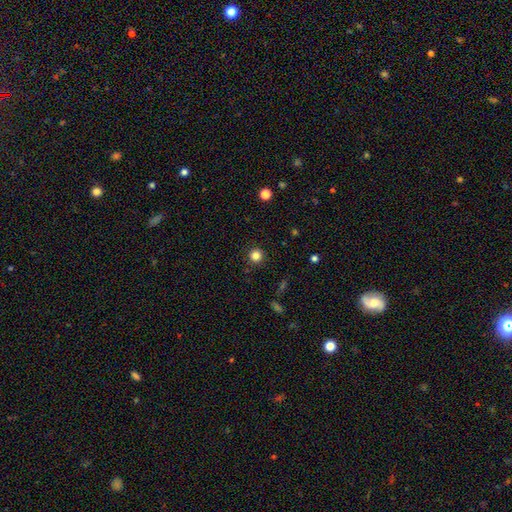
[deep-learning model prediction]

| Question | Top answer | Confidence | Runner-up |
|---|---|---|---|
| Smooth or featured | smooth | 83% | star or artifact (12%) |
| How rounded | round | 95% | in between (4%) |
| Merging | none | 92% | minor disturbance (5%) |